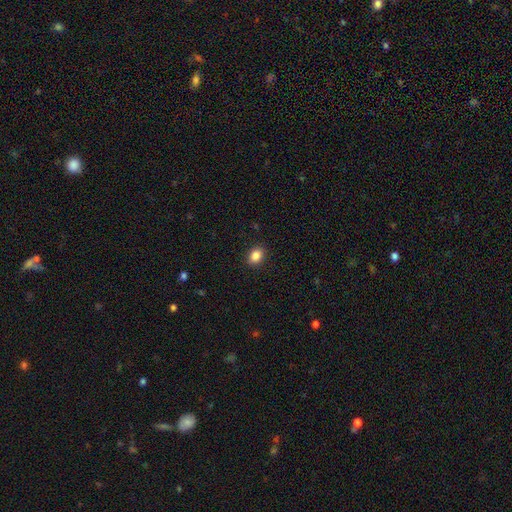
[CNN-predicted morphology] The model was most divided on "how rounded": in between: 69%, round: 30%, cigar-shaped: 1%. More confident: merging — none (90%); smooth or featured — smooth (86%).